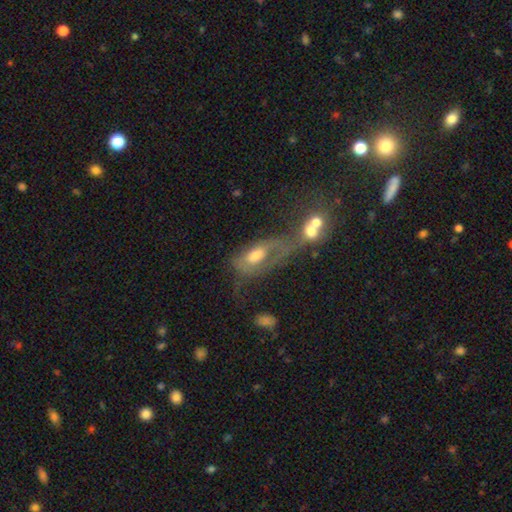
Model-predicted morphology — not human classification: Overall: featured or disk (50%; smooth 39%). Edge-on disk: no (88%). Merging: major disturbance (38%; merger 29%).